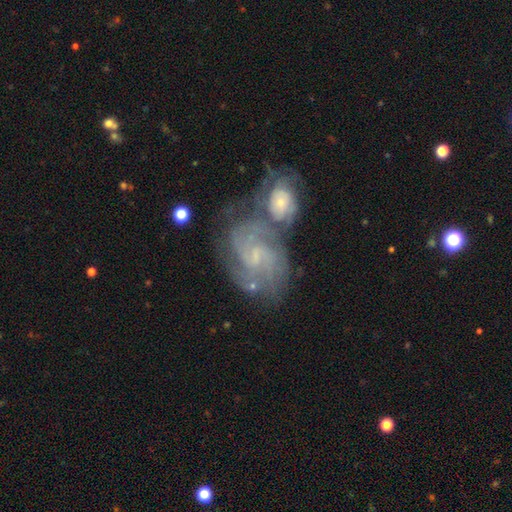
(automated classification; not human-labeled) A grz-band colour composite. It shows a featured or disk galaxy (85%) with a weak bar (48%), 2 (35%) tight (52%) spiral arms (96%) and a small central bulge (70%). Merging: merger (48%).